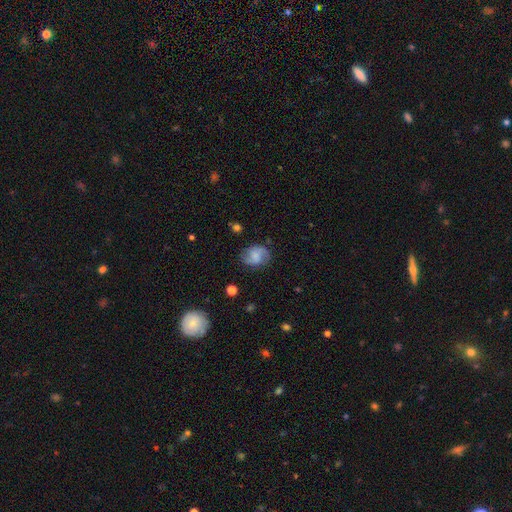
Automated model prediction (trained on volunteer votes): Overall: featured or disk (50%; smooth 41%). Merging: none (73%).